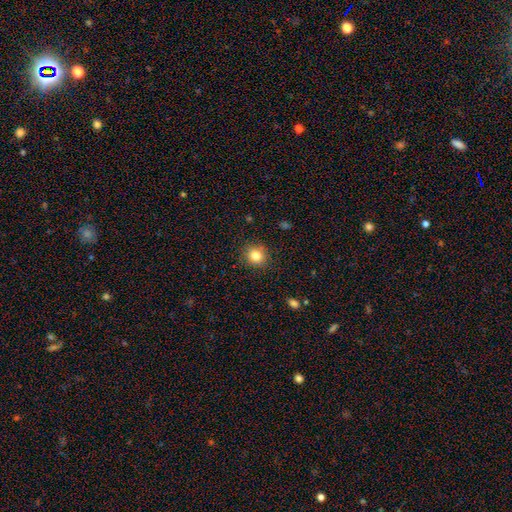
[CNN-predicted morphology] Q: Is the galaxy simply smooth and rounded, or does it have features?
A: smooth — 83%.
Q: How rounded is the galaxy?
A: round — 86%.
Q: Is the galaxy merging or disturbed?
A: none — 88%.